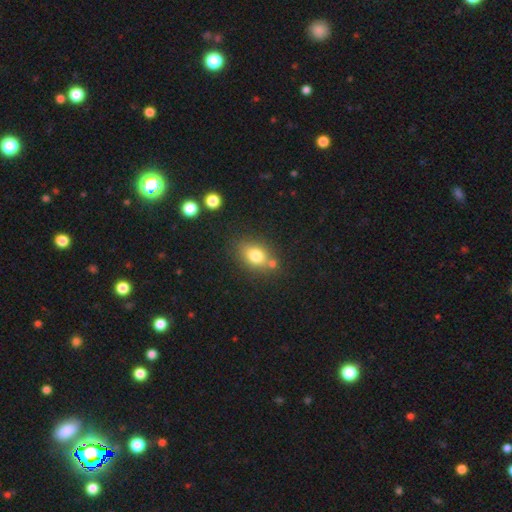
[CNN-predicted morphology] This is likely a smooth galaxy (78%). How rounded: likely in between (67%). Merging: likely none (65%).